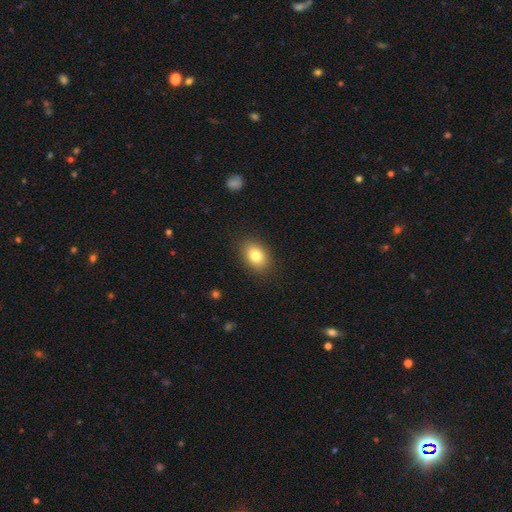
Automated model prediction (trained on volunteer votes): This appears to be a smooth galaxy with no disk features (81%) that is in between round and cigar-shaped (72%). Merging: none (87%).